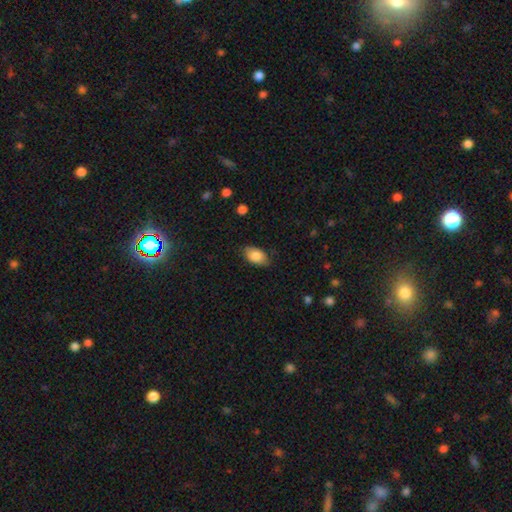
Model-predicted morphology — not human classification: This is clearly a smooth galaxy (86%). How rounded: clearly in between (92%). Merging: clearly none (82%).